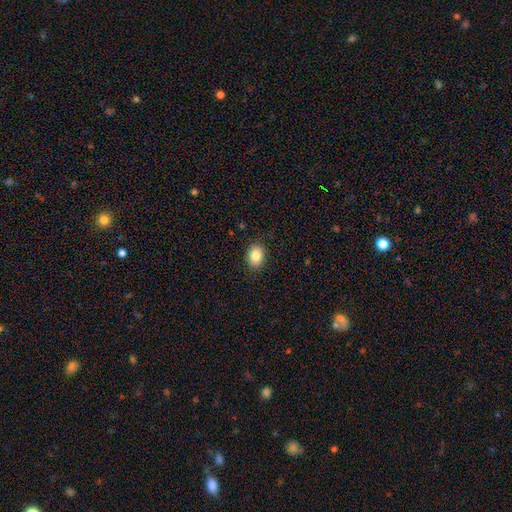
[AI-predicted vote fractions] A smooth galaxy with no disk features (85%) that is in between round and cigar-shaped (67%). Merging: none (89%).